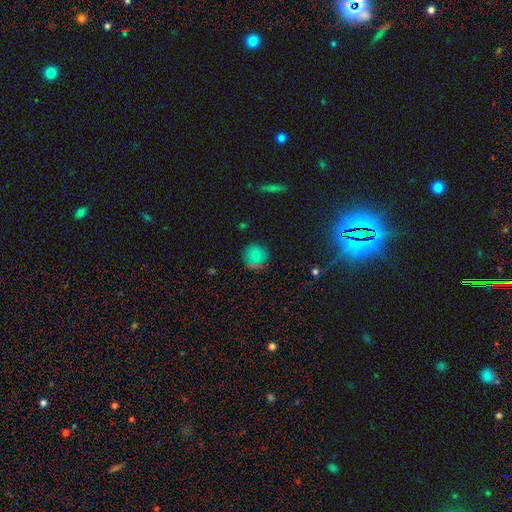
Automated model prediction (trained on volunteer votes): The model was most divided on "smooth or featured": smooth: 76%, featured or disk: 13%, star or artifact: 11%. More confident: how rounded — round (93%); merging — none (79%).